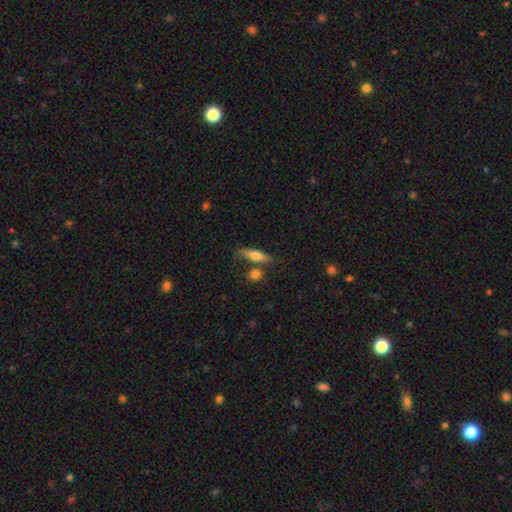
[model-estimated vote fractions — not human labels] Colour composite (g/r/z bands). It shows a smooth galaxy with no disk features (71%) that is cigar-shaped (56%). Merging: none (67%).